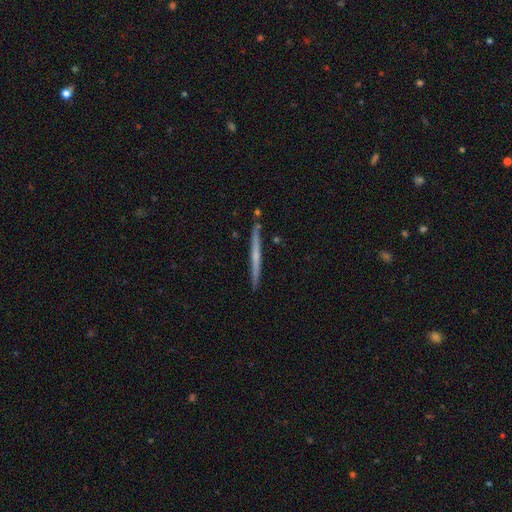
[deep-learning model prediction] This appears to be a featured or disk galaxy (60%) viewed edge-on (97%) with no central bulge (68%). Merging: none (89%).